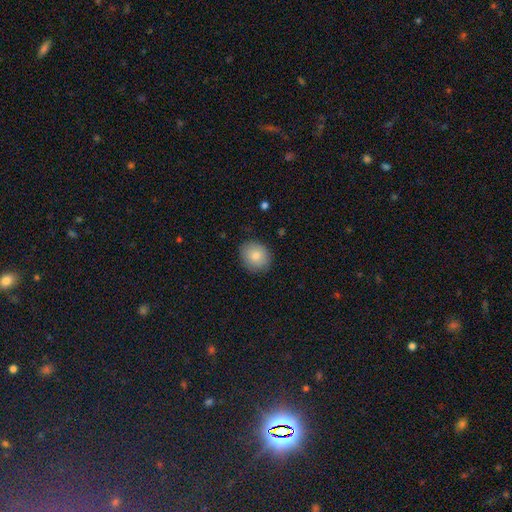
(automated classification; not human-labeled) A smooth galaxy with no disk features (82%) that is round (69%). Merging: none (85%).